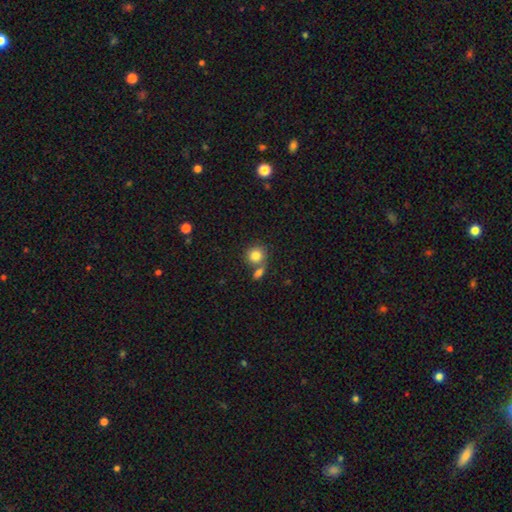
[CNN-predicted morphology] This is clearly a smooth galaxy (83%). How rounded: clearly round (83%). Merging: possibly none (54%).